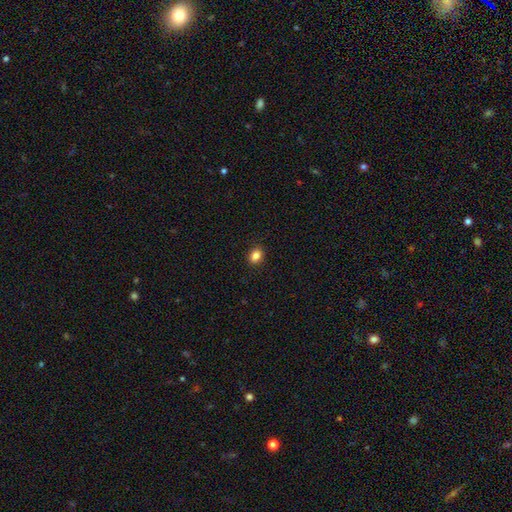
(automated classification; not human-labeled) This is clearly a smooth galaxy (85%). How rounded: possibly in between (53%). Merging: clearly none (90%).